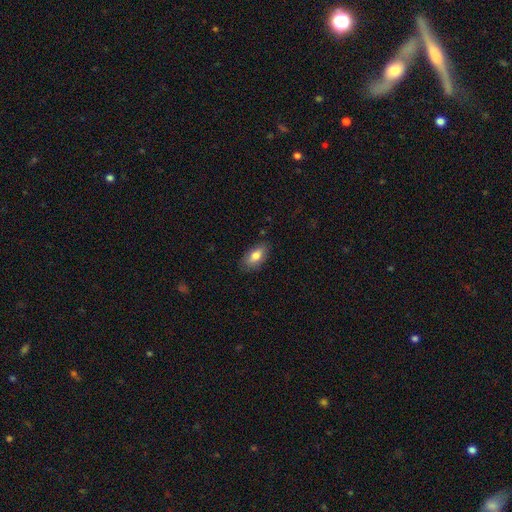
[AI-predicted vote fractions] smooth-or-featured: smooth: 79% | featured or disk: 14% | star or artifact: 7%
  how-rounded: in between: 90% | cigar-shaped: 6% | round: 4%
  merging: none: 83% | minor disturbance: 13% | major disturbance: 3% | merger: 1%